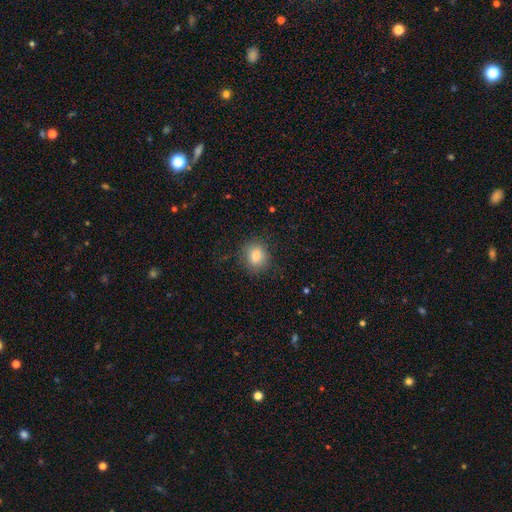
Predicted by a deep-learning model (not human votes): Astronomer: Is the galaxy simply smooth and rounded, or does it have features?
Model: smooth — 82%.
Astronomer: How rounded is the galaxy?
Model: round — 72%.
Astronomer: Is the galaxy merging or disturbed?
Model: none — 83%.